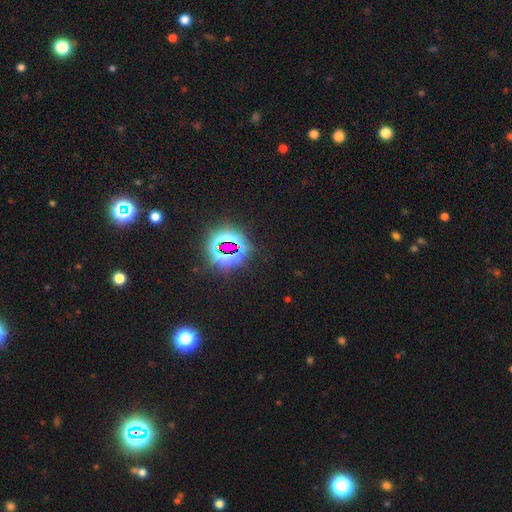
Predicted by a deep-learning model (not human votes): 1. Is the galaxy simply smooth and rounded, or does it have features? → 82% star or artifact, 11% smooth, 7% featured or disk.